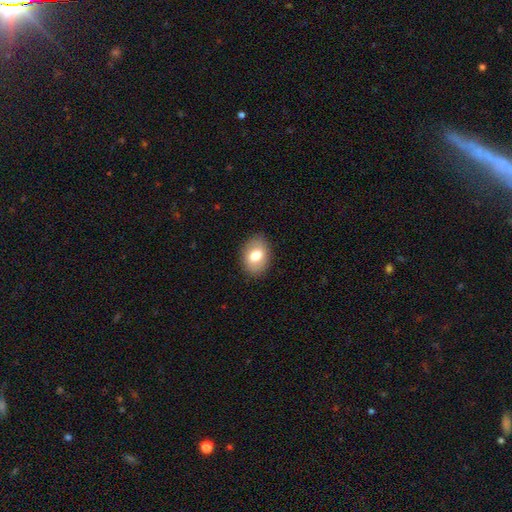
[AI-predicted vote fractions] This appears to be a smooth galaxy with no disk features (75%) that is in between round and cigar-shaped (79%). Merging: none (86%).